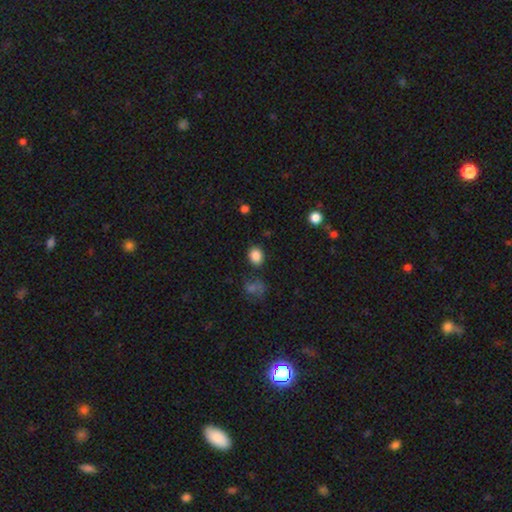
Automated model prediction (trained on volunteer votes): Q: Smooth or featured?
A: smooth (85%); runner-up: star or artifact (11%)
Q: How rounded?
A: round (55%); runner-up: in between (44%)
Q: Merging?
A: none (80%); runner-up: minor disturbance (12%)